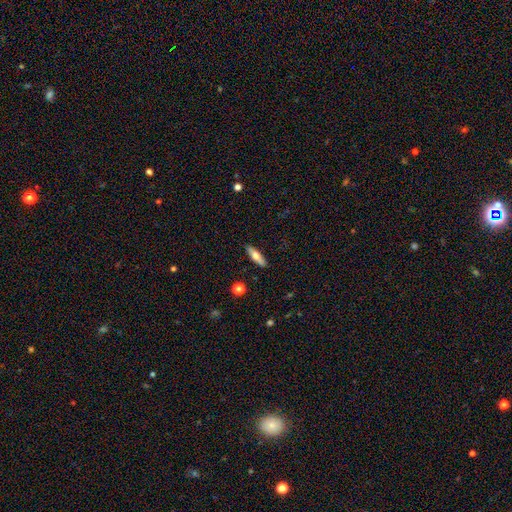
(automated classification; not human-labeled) A smooth galaxy with no disk features (63%) that is cigar-shaped (59%).

Vote fractions:
- Smooth or featured? smooth: 63% / featured or disk: 31% / star or artifact: 7%
- How rounded? cigar-shaped: 59% / in between: 38% / round: 2%
- Merging? none: 88% / minor disturbance: 9% / major disturbance: 2% / merger: 1%